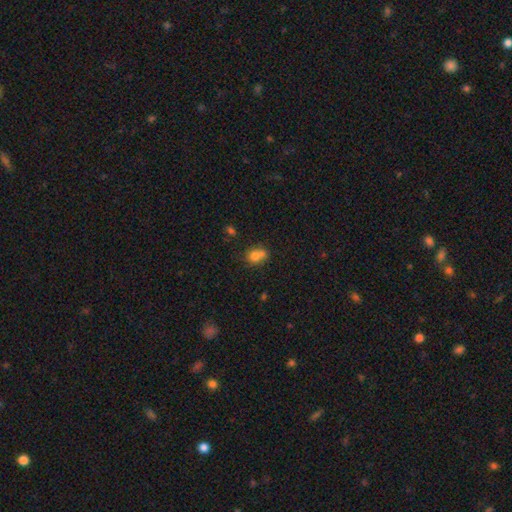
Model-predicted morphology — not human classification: The model was most divided on "merging": none: 40%, merger: 39%, minor disturbance: 16%, major disturbance: 6%. More confident: smooth or featured — smooth (76%); how rounded — round (55%).